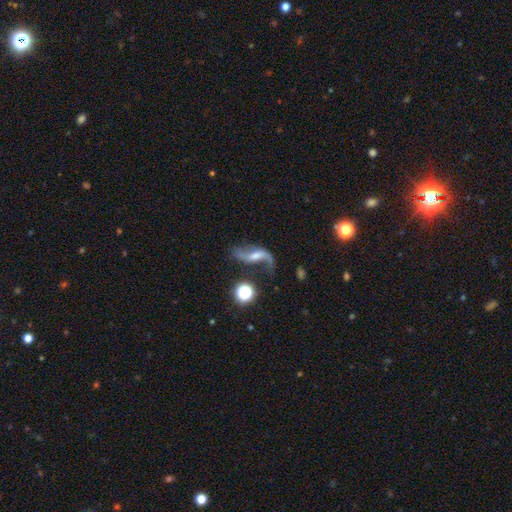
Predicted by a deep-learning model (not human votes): Smooth or featured: featured or disk — 82% (smooth — 10%)
Edge-on disk: no — 94% (yes — 6%)
Bar: weak — 43% (no — 31%)
Spiral arms: yes — 94% (no — 6%)
Spiral winding: loose — 90% (medium — 8%)
Spiral arm count: 2 — 87% (1 — 8%)
Bulge size: moderate — 40% (small — 37%)
Merging: none — 62% (minor disturbance — 17%)